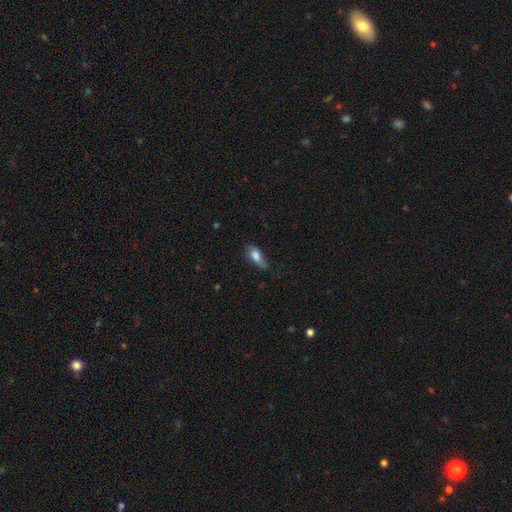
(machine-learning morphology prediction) A smooth galaxy with no disk features (64%) that is in between round and cigar-shaped (80%).

Vote fractions:
- Smooth or featured? smooth: 64% / featured or disk: 28% / star or artifact: 8%
- How rounded? in between: 80% / cigar-shaped: 14% / round: 6%
- Merging? none: 53% / minor disturbance: 32% / major disturbance: 13% / merger: 2%